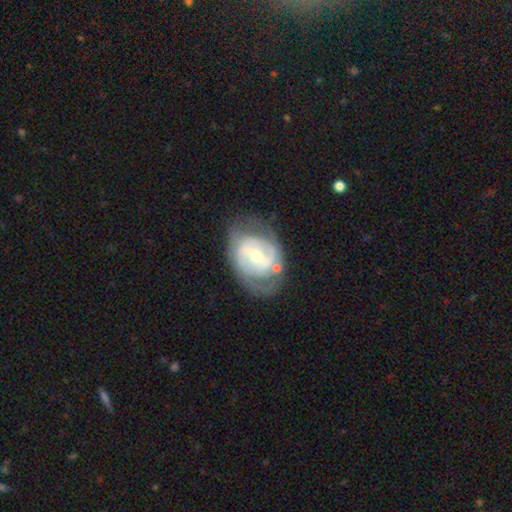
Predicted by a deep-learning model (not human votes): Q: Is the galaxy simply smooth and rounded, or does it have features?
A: featured or disk — 78%.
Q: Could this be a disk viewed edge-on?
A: no — 96%.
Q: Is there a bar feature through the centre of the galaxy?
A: weak — 46%.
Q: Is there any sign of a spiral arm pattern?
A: yes — 74%.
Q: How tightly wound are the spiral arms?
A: tight — 47%.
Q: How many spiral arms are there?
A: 2 — 59%.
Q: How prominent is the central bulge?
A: moderate — 52%.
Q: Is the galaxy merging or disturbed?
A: none — 58%.